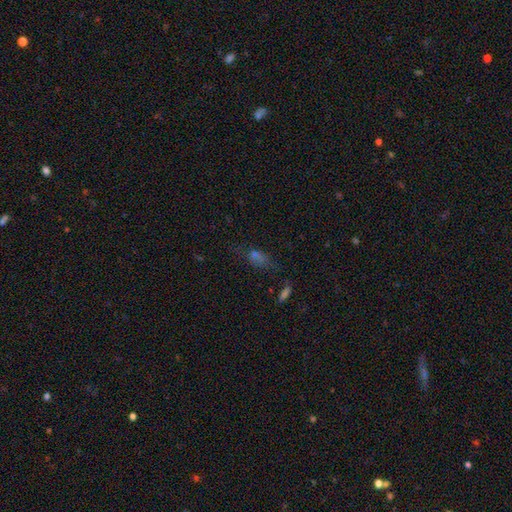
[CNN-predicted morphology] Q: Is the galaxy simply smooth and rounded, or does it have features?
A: smooth — 48%.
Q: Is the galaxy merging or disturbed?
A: none — 58%.